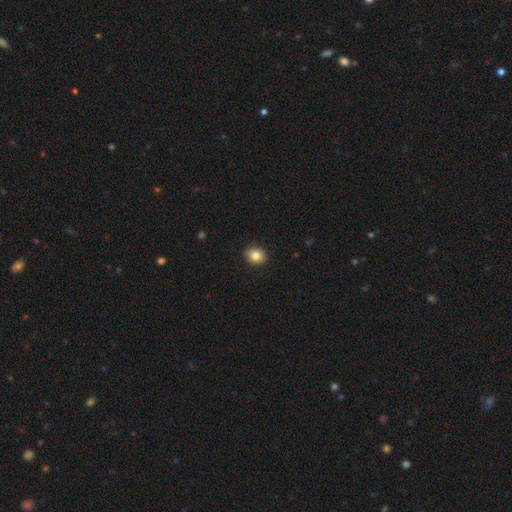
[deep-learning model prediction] Smooth or featured? smooth (85%)
How rounded? round (51%)
Merging? none (91%)